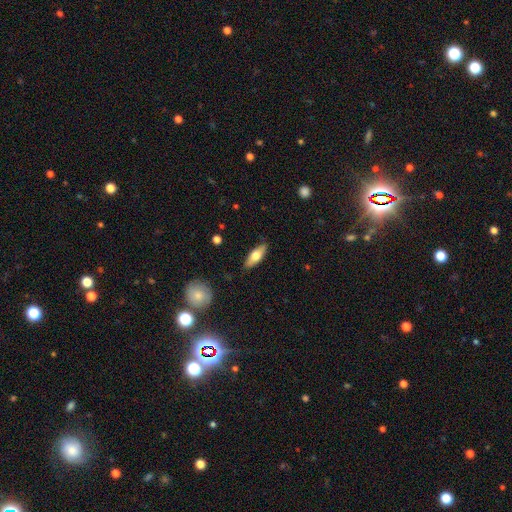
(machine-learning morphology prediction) This appears to be a smooth galaxy with no disk features (63%) that is in between round and cigar-shaped (61%). Merging: none (87%).